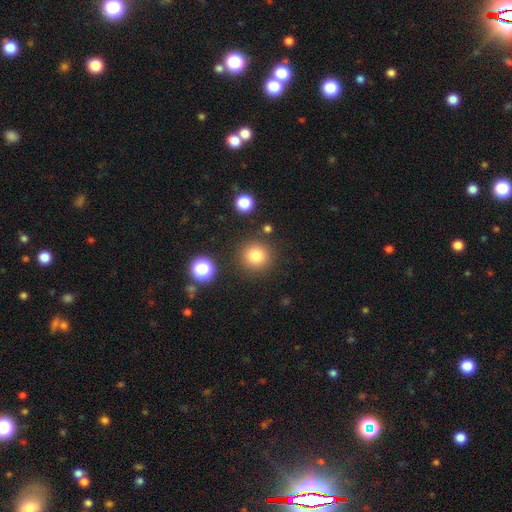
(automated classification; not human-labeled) Smooth or featured? smooth (80%)
How rounded? round (94%)
Merging? none (86%)